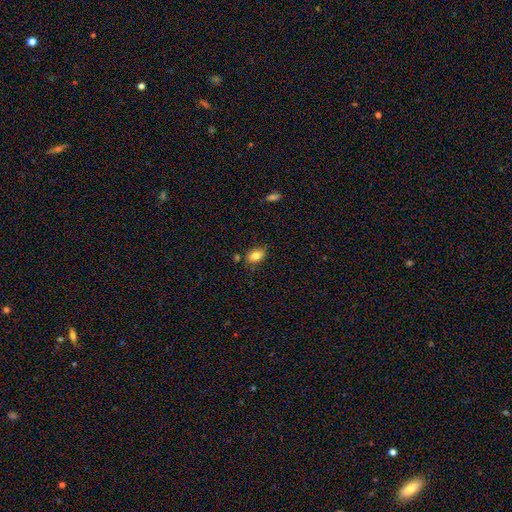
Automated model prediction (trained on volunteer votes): Morphology: type=smooth (82%); roundness=in between (83%); merging=none (76%).